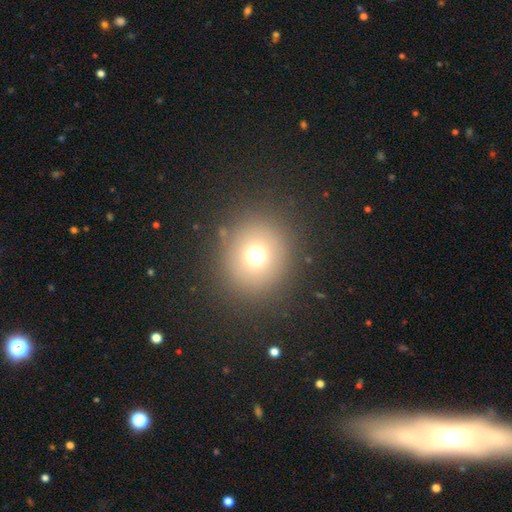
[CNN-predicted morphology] Smooth or featured? smooth (69%)
How rounded? round (87%)
Merging? none (86%)